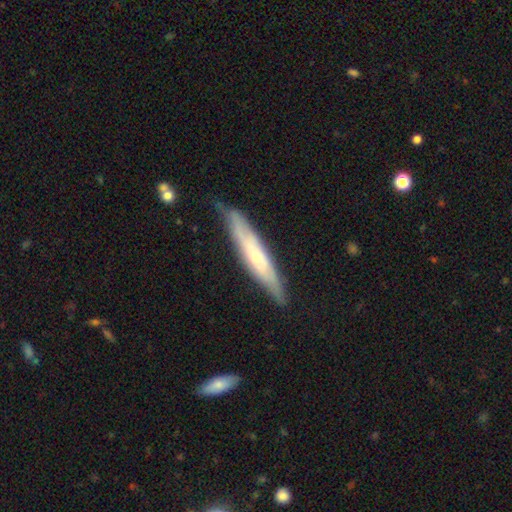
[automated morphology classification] Smooth or featured: featured or disk — 55% (smooth — 40%)
Edge-on disk: yes — 77% (no — 23%)
Merging: none — 79% (minor disturbance — 17%)